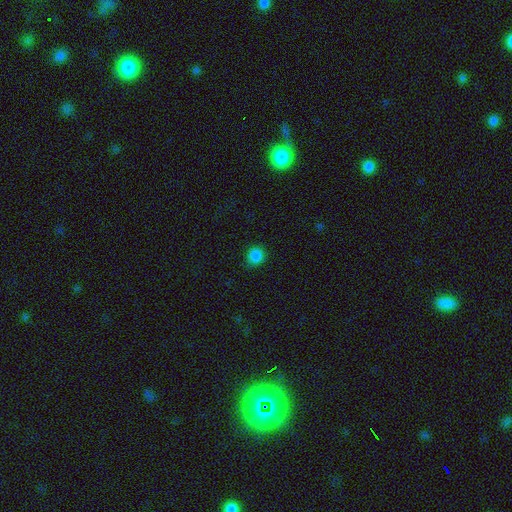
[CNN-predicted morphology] smooth_or_featured: smooth (p=0.85) [alt: star or artifact p=0.12]
how_rounded: round (p=0.86) [alt: in between p=0.13]
merging: none (p=0.85) [alt: minor disturbance p=0.11]